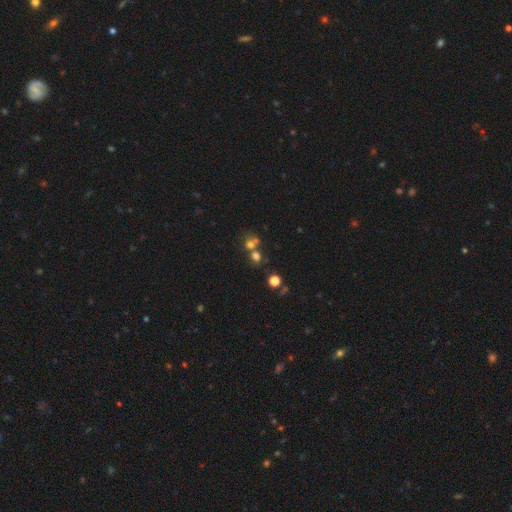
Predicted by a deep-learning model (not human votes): This appears to be a smooth galaxy with no disk features (64%) that is round (80%). Merging: none (46%).